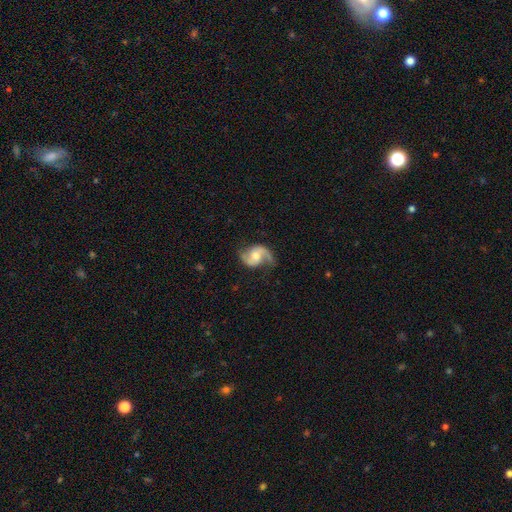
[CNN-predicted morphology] Smooth or featured? featured or disk (85%)
Edge-on disk? no (98%)
Bar? no (50%)
Spiral arms? yes (97%)
Spiral winding? loose (45%)
Spiral arm count? 2 (89%)
Bulge size? moderate (55%)
Merging? none (68%)